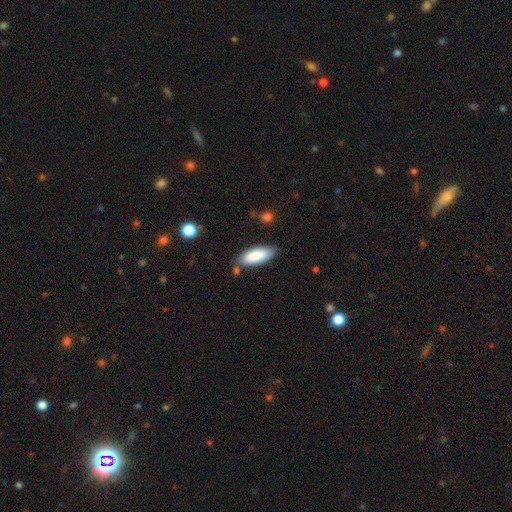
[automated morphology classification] Q: Smooth or featured?
A: smooth (87%); runner-up: featured or disk (7%)
Q: How rounded?
A: in between (73%); runner-up: cigar-shaped (25%)
Q: Merging?
A: none (77%); runner-up: minor disturbance (15%)